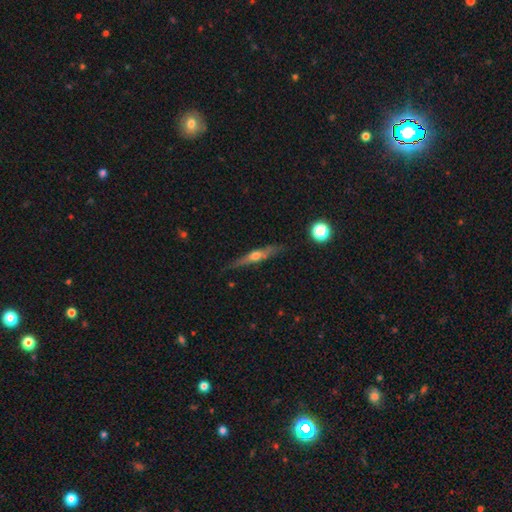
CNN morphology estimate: smooth-or-featured: featured or disk: 61% | smooth: 31% | star or artifact: 7%
  disk-edge-on: yes: 94% | no: 6%
    edge-on-bulge: rounded: 88% | none: 7% | boxy: 5%
  merging: none: 80% | minor disturbance: 15% | major disturbance: 3% | merger: 2%